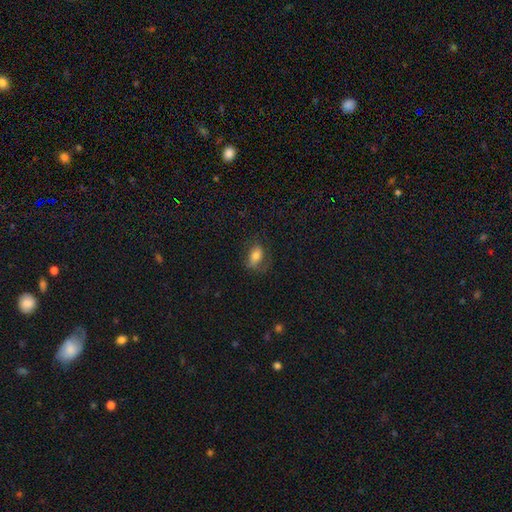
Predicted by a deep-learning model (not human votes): Smooth or featured? Predicted: smooth (p=0.74). How rounded? Predicted: in between (p=0.85). Merging? Predicted: none (p=0.63).